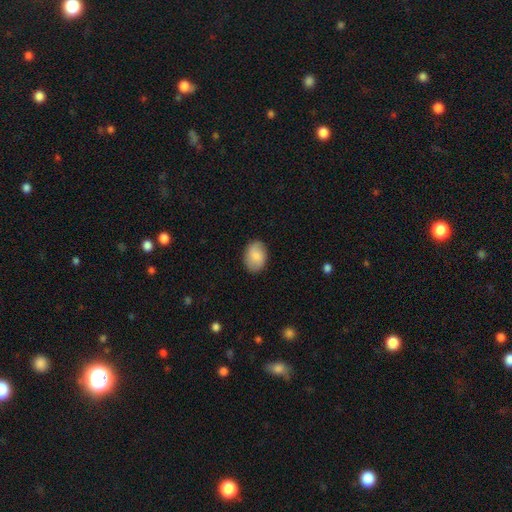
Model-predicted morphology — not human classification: Overall: smooth (83%). How rounded: in between (79%). Merging: none (86%).